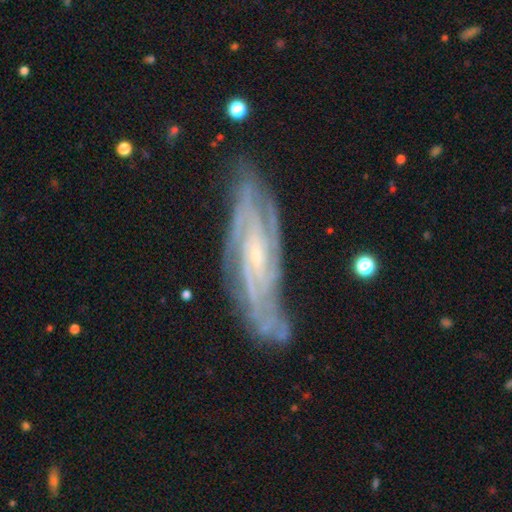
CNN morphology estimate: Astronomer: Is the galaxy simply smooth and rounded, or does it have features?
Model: featured or disk — 87%.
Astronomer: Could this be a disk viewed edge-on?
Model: no — 84%.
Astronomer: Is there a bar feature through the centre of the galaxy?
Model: no — 51% (runner-up: weak, 36%).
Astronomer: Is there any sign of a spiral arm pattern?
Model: yes — 97%.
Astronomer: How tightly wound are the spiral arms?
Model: tight — 60%.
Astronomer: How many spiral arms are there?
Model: can't tell — 27% (runner-up: 2, 25%).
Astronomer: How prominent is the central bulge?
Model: small — 73%.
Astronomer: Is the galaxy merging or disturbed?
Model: none — 75%.